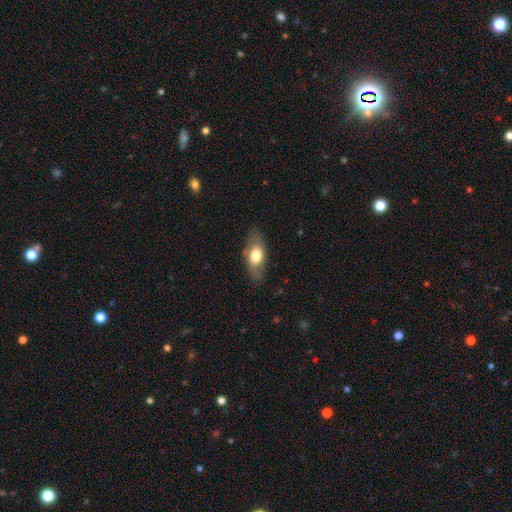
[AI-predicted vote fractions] Smooth or featured? smooth (65%)
How rounded? in between (86%)
Merging? none (80%)